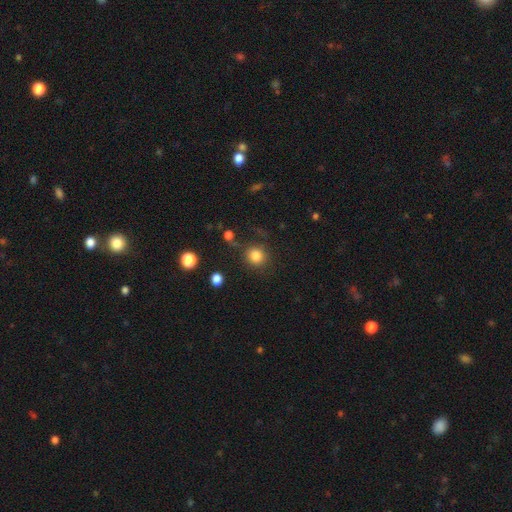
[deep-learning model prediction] smooth-or-featured: smooth: 82% | star or artifact: 12% | featured or disk: 6%
  how-rounded: round: 91% | in between: 8% | cigar-shaped: 1%
  merging: none: 81% | minor disturbance: 11% | major disturbance: 5% | merger: 4%